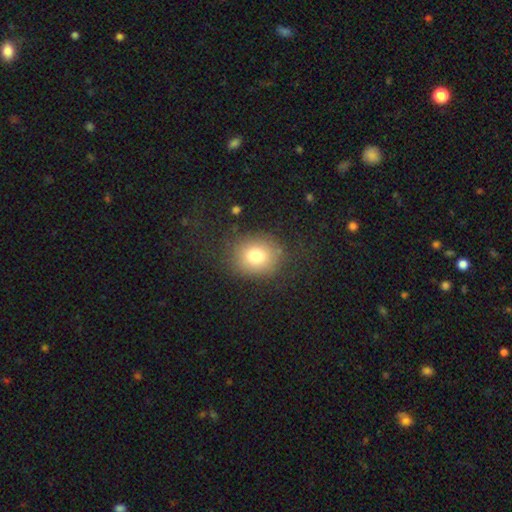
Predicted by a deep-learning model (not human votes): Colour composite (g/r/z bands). It shows a smooth galaxy with no disk features (77%) that is round (66%). Merging: none (78%).